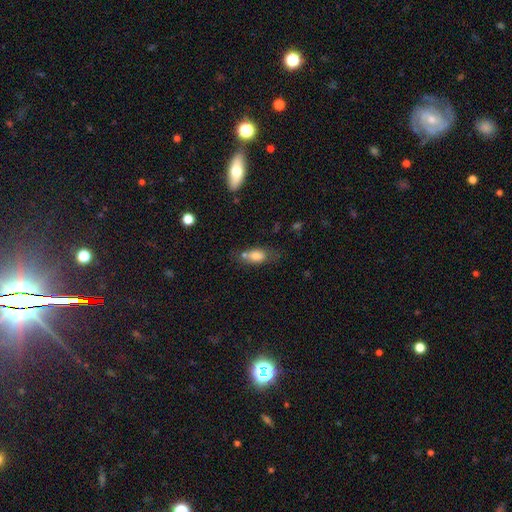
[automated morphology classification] Overall: smooth (76%). How rounded: in between (80%). Merging: none (50%; minor disturbance 21%).